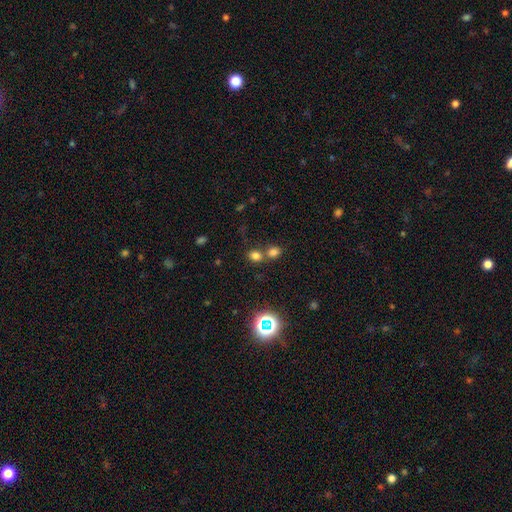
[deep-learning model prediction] A smooth galaxy with no disk features (70%) that is round (58%). Merging: none (53%).